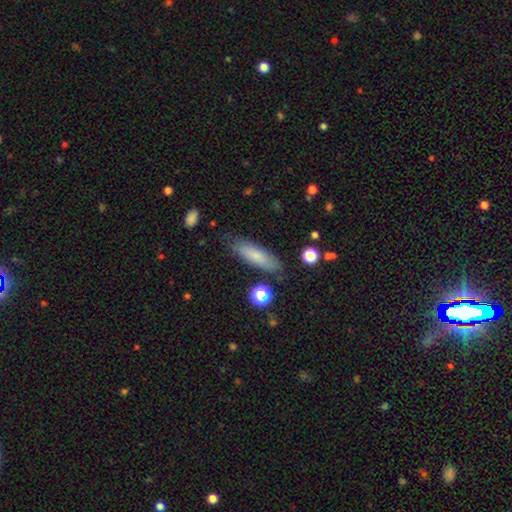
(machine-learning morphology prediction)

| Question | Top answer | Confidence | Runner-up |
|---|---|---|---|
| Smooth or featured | smooth | 75% | featured or disk (17%) |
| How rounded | cigar-shaped | 57% | in between (41%) |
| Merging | none | 80% | minor disturbance (14%) |